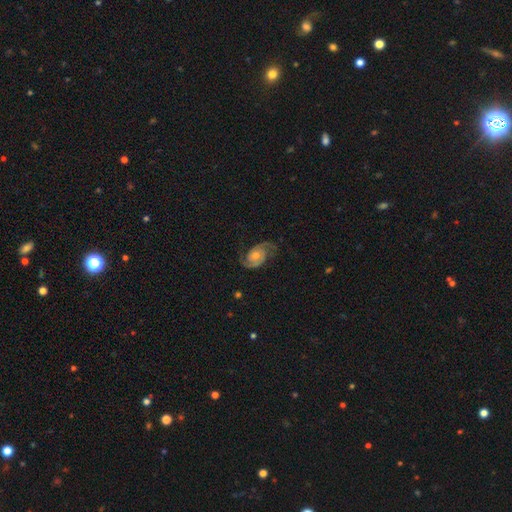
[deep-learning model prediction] Smooth or featured? featured or disk (87%)
Edge-on disk? no (97%)
Bar? no (68%)
Spiral arms? yes (97%)
Spiral winding? medium (51%)
Spiral arm count? 2 (92%)
Bulge size? moderate (53%)
Merging? none (77%)